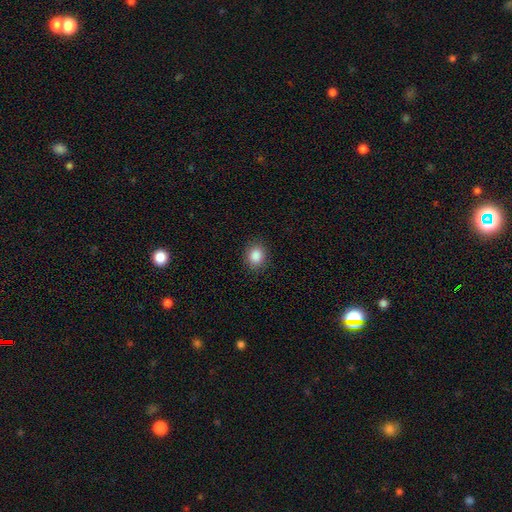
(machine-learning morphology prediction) Overall: smooth (87%). How rounded: round (61%; in between 38%). Merging: none (88%).